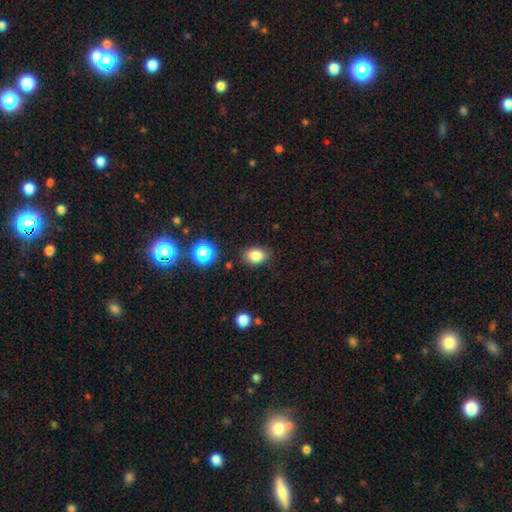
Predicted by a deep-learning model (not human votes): smooth 83%, star or artifact 11%, featured or disk 6%. Down the decision tree: how rounded — in between (73%); merging — none (83%).